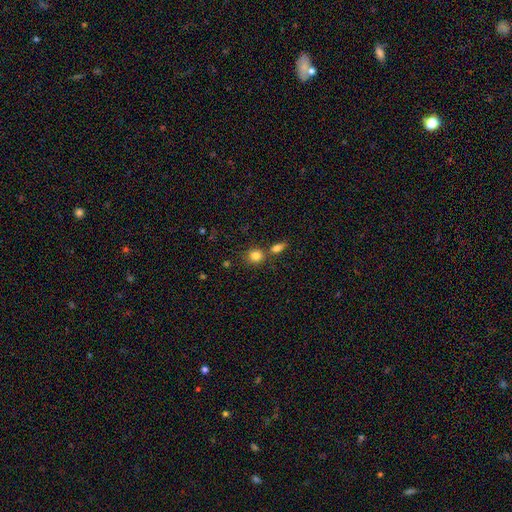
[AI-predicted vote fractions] Q: Smooth or featured?
A: smooth (82%); runner-up: star or artifact (11%)
Q: How rounded?
A: round (79%); runner-up: in between (20%)
Q: Merging?
A: none (64%); runner-up: merger (23%)